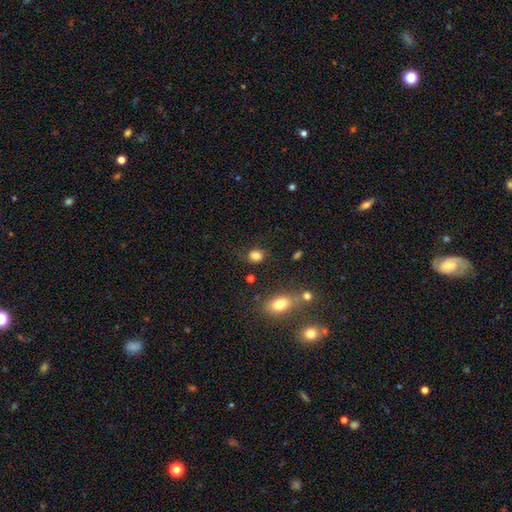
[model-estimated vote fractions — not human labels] The model was most divided on "how rounded": round: 57%, in between: 41%, cigar-shaped: 1%. More confident: smooth or featured — smooth (83%); merging — none (70%).